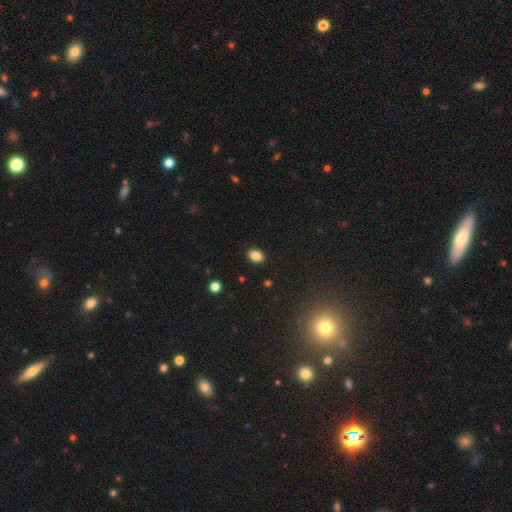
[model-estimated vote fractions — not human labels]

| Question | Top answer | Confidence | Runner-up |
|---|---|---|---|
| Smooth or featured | smooth | 85% | star or artifact (10%) |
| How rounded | in between | 68% | round (31%) |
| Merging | none | 90% | minor disturbance (7%) |